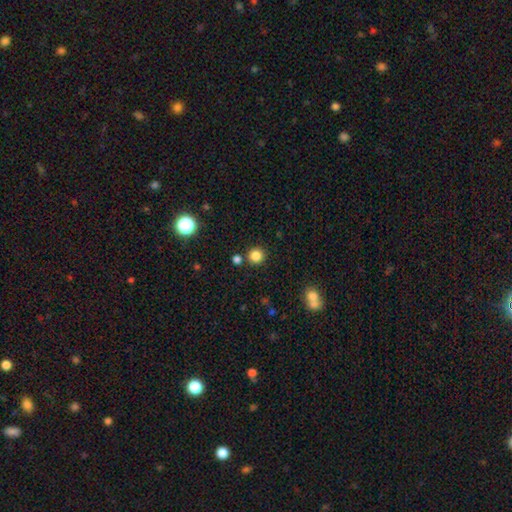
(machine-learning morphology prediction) Smooth or featured?
  - smooth: 83% *
  - star or artifact: 13%
  - featured or disk: 4%
How rounded?
  - round: 94% *
  - in between: 5%
  - cigar-shaped: 1%
Merging?
  - none: 84% *
  - merger: 7%
  - minor disturbance: 7%
  - major disturbance: 2%